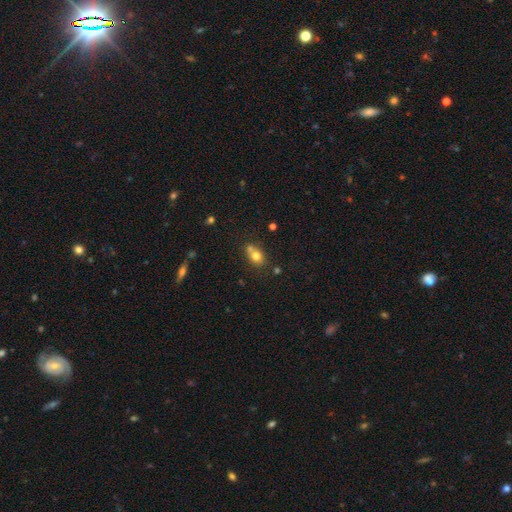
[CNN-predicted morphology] smooth-or-featured: smooth: 76% | featured or disk: 12% | star or artifact: 12%
  how-rounded: in between: 50% | round: 48% | cigar-shaped: 1%
  merging: none: 48% | merger: 35% | minor disturbance: 13% | major disturbance: 4%